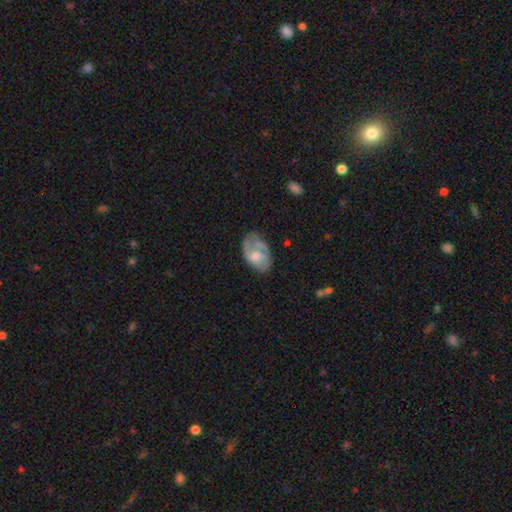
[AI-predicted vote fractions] Q: Smooth or featured?
A: featured or disk (61%); runner-up: smooth (31%)
Q: Edge-on disk?
A: no (96%); runner-up: yes (4%)
Q: Bar?
A: no (67%); runner-up: weak (28%)
Q: Spiral arms?
A: yes (73%); runner-up: no (27%)
Q: Bulge size?
A: moderate (53%); runner-up: small (30%)
Q: Merging?
A: none (49%); runner-up: minor disturbance (29%)